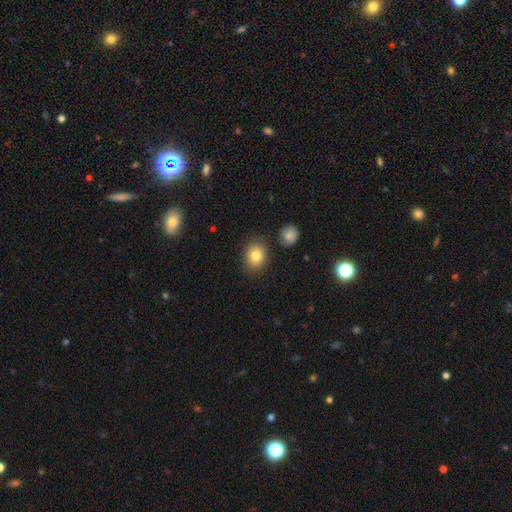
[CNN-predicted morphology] This is clearly a smooth galaxy (81%). How rounded: possibly round (54%). Merging: clearly none (84%).